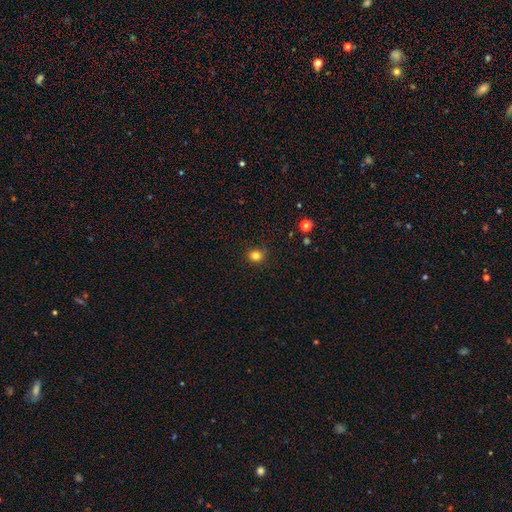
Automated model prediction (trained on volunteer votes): The model was most divided on "how rounded": round: 82%, in between: 18%, cigar-shaped: 1%. More confident: merging — none (84%); smooth or featured — smooth (82%).